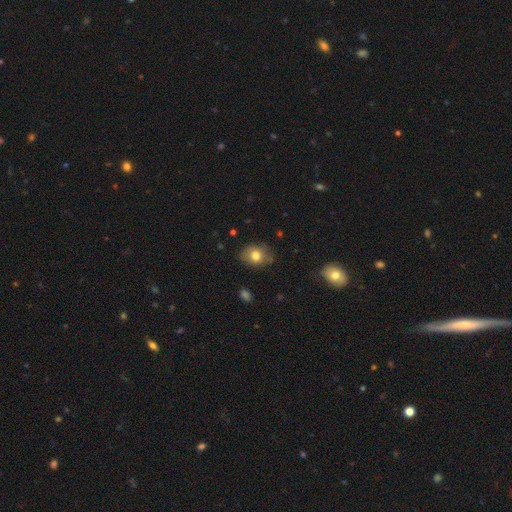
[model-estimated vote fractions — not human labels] Q: Smooth or featured?
A: smooth (77%); runner-up: featured or disk (13%)
Q: How rounded?
A: in between (52%); runner-up: round (47%)
Q: Merging?
A: none (77%); runner-up: minor disturbance (18%)